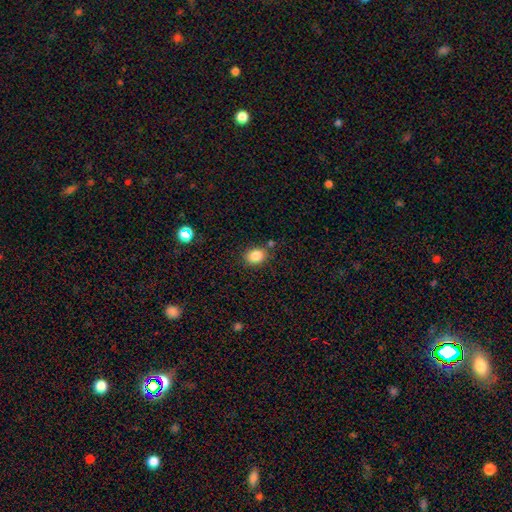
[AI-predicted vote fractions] Morphology: type=smooth (86%); roundness=in between (62%); merging=none (79%).